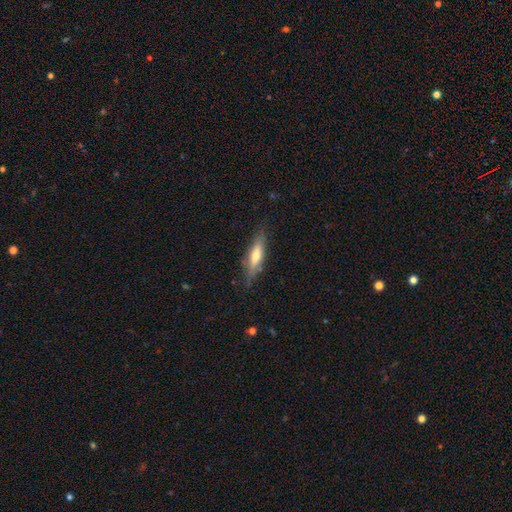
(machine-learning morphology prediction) Overall: smooth (57%; featured or disk 36%). How rounded: cigar-shaped (64%; in between 35%). Merging: none (78%).